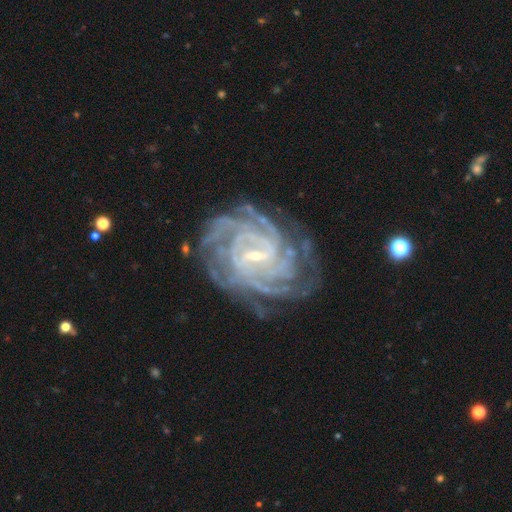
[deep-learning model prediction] This is clearly a featured or disk galaxy (92%). It is clearly not viewed edge-on (98%). Bar: possibly weak (51%). Spiral arm pattern: clearly yes (98%). Spiral arm count: marginally 4 (31%). Spiral winding: likely tight (77%). Central bulge: likely small (76%). Merging: likely none (76%).